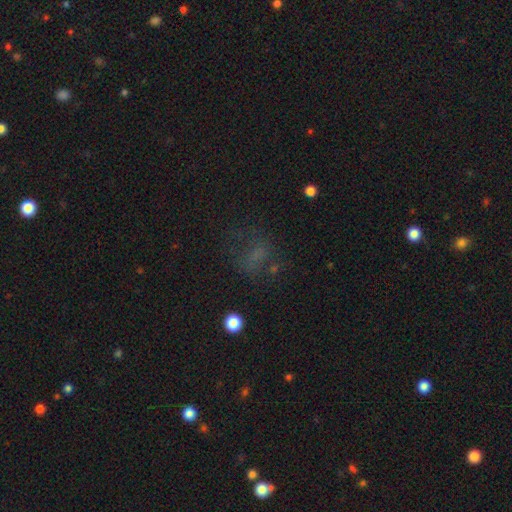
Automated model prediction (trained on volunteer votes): Smooth or featured: smooth — 47% (star or artifact — 31%)
Merging: none — 54% (major disturbance — 23%)